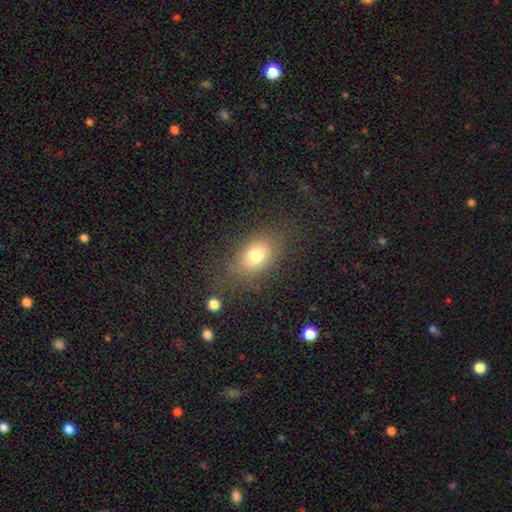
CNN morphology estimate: A smooth galaxy with no disk features (74%) that is in between round and cigar-shaped (73%).

Vote fractions:
- Smooth or featured? smooth: 74% / featured or disk: 13% / star or artifact: 12%
- How rounded? in between: 73% / round: 25% / cigar-shaped: 2%
- Merging? none: 76% / minor disturbance: 14% / major disturbance: 8% / merger: 2%